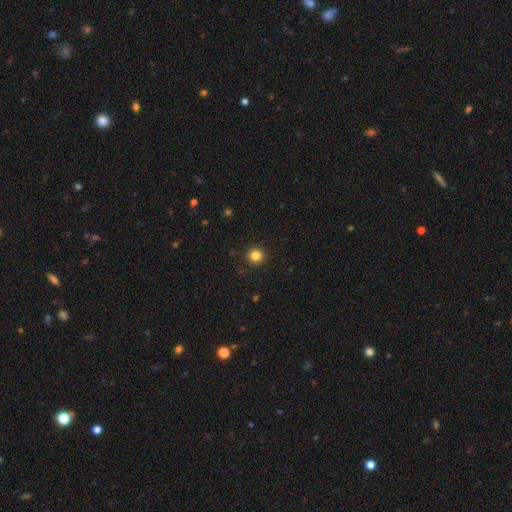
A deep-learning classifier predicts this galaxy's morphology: smooth-or-featured: smooth: 83% | star or artifact: 12% | featured or disk: 5%
  how-rounded: round: 94% | in between: 5% | cigar-shaped: 1%
  merging: none: 93% | minor disturbance: 5% | major disturbance: 2% | merger: 1%